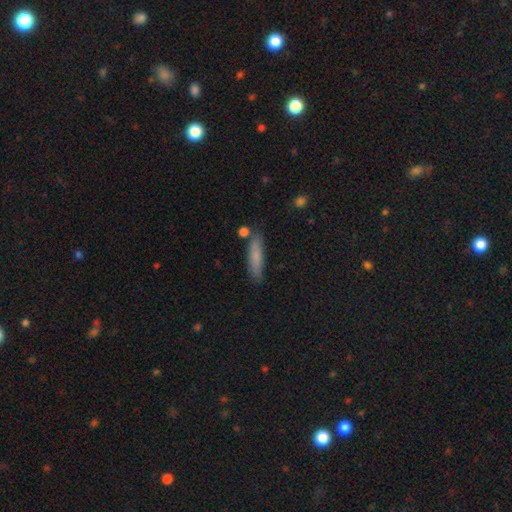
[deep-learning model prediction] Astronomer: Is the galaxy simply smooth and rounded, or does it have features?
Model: smooth — 79%.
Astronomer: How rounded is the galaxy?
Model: cigar-shaped — 77%.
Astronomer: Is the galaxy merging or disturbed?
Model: none — 80%.